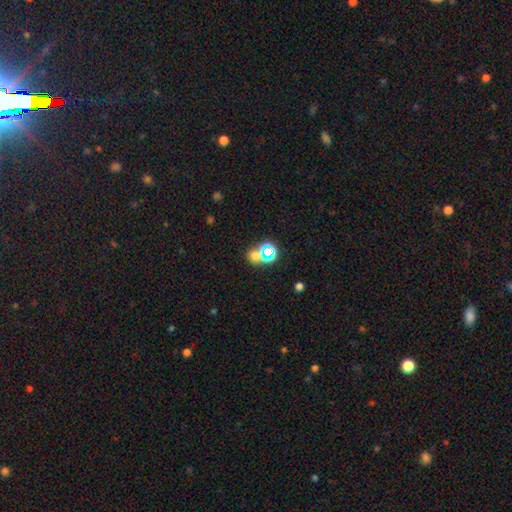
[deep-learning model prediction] star or artifact 48%, smooth 42%, featured or disk 10%.